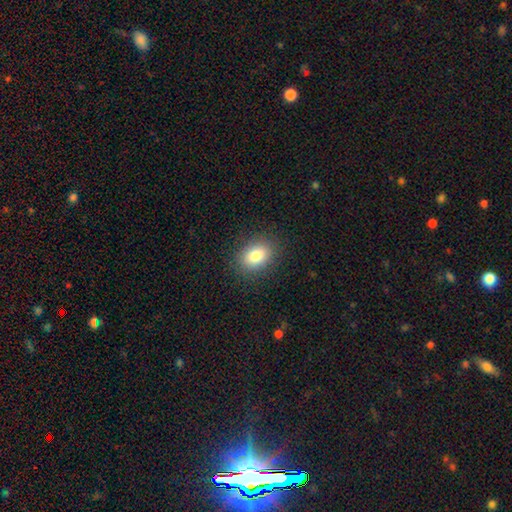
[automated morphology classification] Smooth or featured: smooth — 83% (star or artifact — 9%)
How rounded: in between — 69% (round — 30%)
Merging: none — 88% (minor disturbance — 9%)